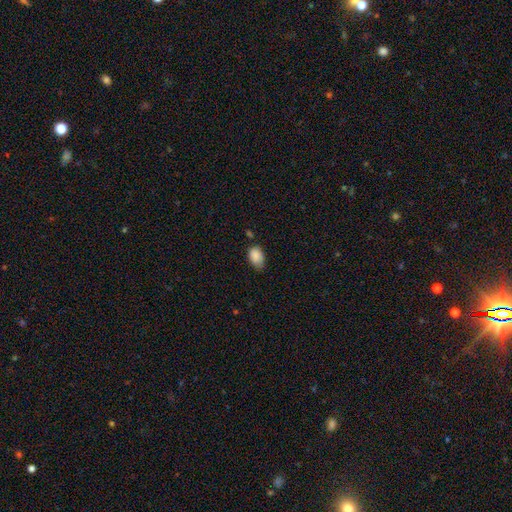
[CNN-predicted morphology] Smooth or featured?
  - smooth: 87% *
  - star or artifact: 8%
  - featured or disk: 5%
How rounded?
  - in between: 86% *
  - round: 13%
  - cigar-shaped: 1%
Merging?
  - none: 53% *
  - minor disturbance: 37%
  - major disturbance: 7%
  - merger: 3%